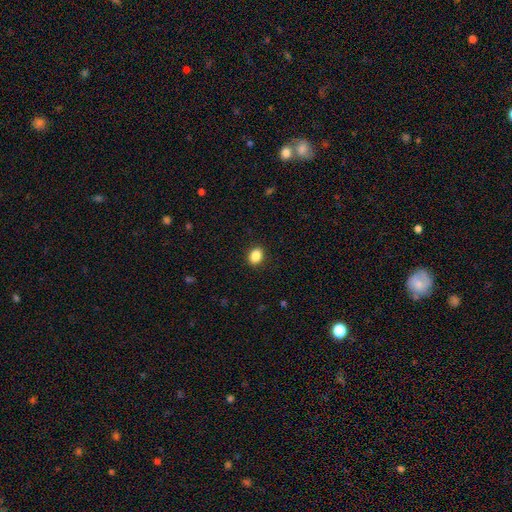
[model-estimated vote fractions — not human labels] Smooth or featured? Predicted: smooth (p=0.88). How rounded? Predicted: in between (p=0.63). Merging? Predicted: none (p=0.90).